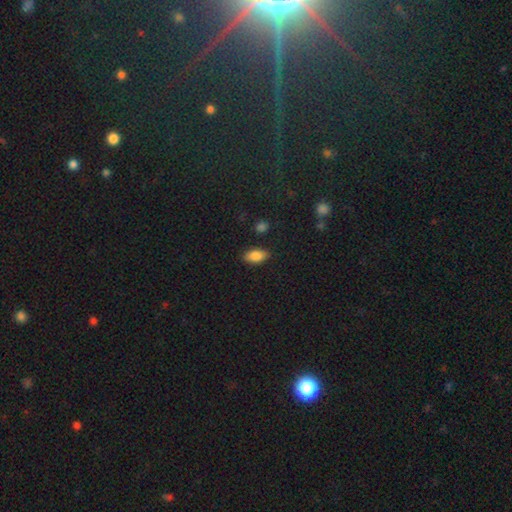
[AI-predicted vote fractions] A smooth galaxy with no disk features (85%) that is in between round and cigar-shaped (92%).

Vote fractions:
- Smooth or featured? smooth: 85% / star or artifact: 8% / featured or disk: 7%
- How rounded? in between: 92% / cigar-shaped: 5% / round: 4%
- Merging? none: 85% / minor disturbance: 11% / major disturbance: 3% / merger: 2%